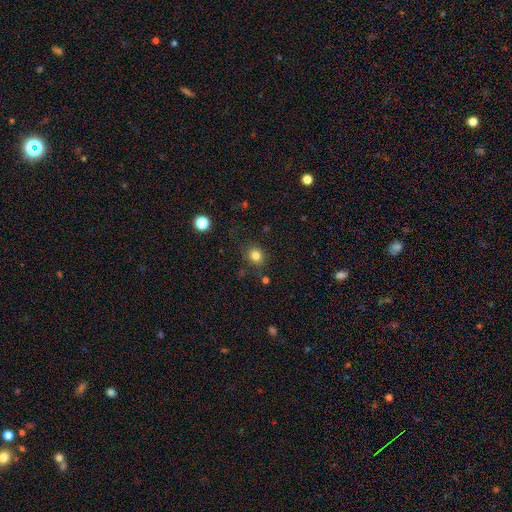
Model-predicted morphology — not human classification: smooth 81%, star or artifact 13%, featured or disk 6%. Down the decision tree: how rounded — round (77%); merging — none (81%).